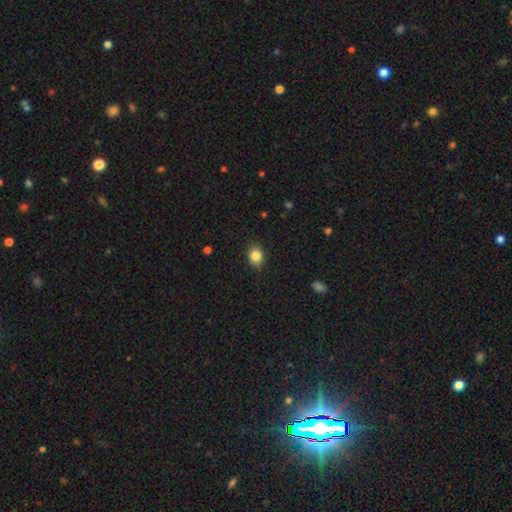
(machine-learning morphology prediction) smooth_or_featured: smooth (p=0.85) [alt: star or artifact p=0.10]
how_rounded: in between (p=0.50) [alt: round p=0.49]
merging: none (p=0.85) [alt: minor disturbance p=0.12]